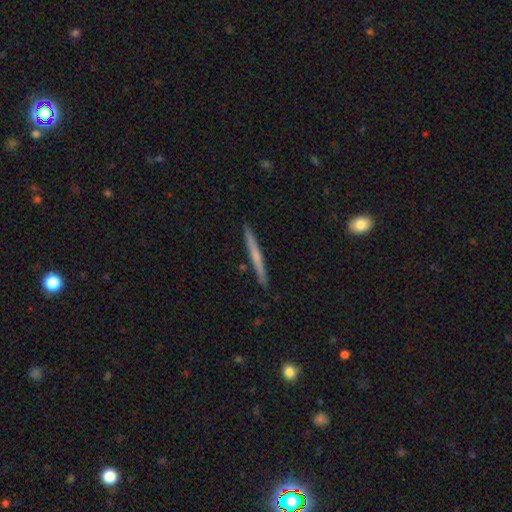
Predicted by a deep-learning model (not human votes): This appears to be a smooth galaxy with no disk features (47%, tied with featured or disk). Merging: none (92%).